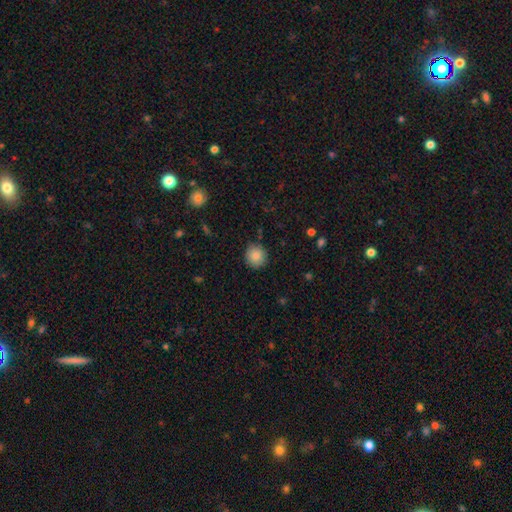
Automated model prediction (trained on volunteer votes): The model was most divided on "smooth or featured": smooth: 86%, star or artifact: 9%, featured or disk: 5%. More confident: how rounded — round (92%); merging — none (88%).